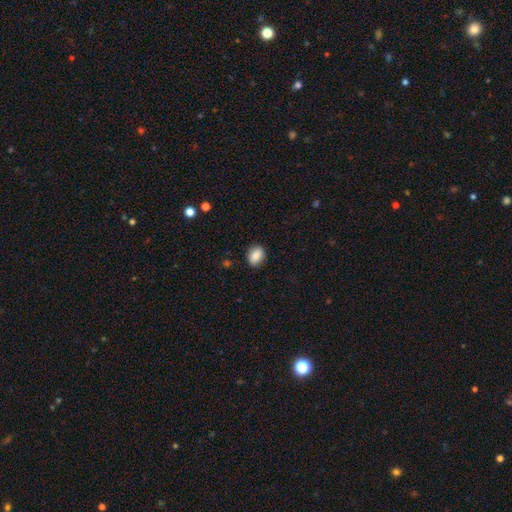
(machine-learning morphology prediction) Overall: smooth (87%). How rounded: in between (71%). Merging: none (86%).